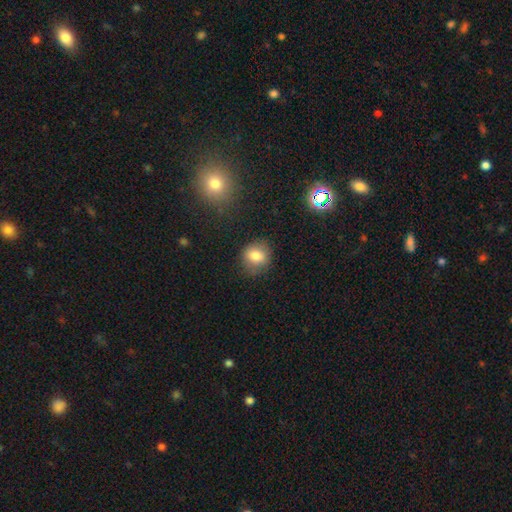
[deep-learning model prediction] Smooth or featured?
  - smooth: 81% *
  - star or artifact: 10%
  - featured or disk: 9%
How rounded?
  - round: 70% *
  - in between: 29%
  - cigar-shaped: 1%
Merging?
  - none: 79% *
  - minor disturbance: 15%
  - major disturbance: 4%
  - merger: 2%